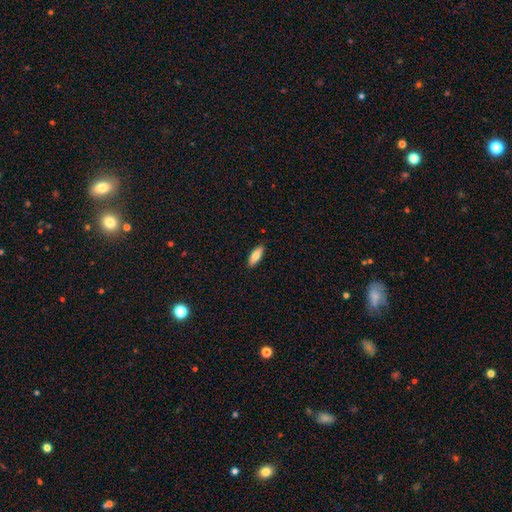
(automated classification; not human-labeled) This appears to be a smooth galaxy with no disk features (80%) that is in between round and cigar-shaped (67%). Merging: none (89%).